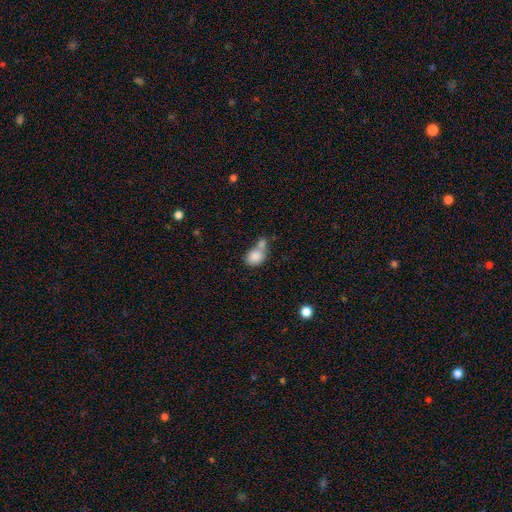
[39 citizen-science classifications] A smooth galaxy with no disk features (79%) that is in between round and cigar-shaped (71%). Merging: merger (40%).